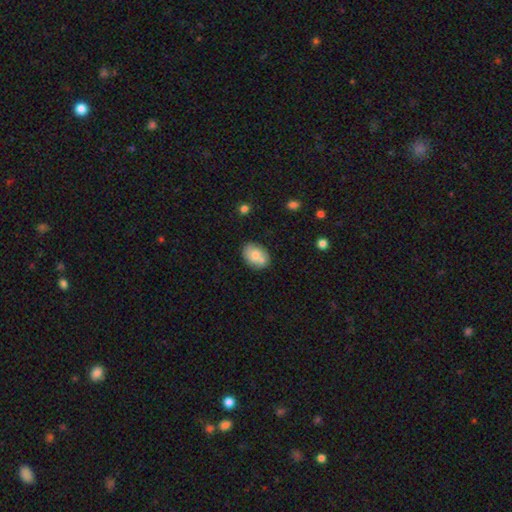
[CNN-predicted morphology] smooth 74%, featured or disk 19%, star or artifact 7%. Down the decision tree: how rounded — in between (73%); merging — none (62%).